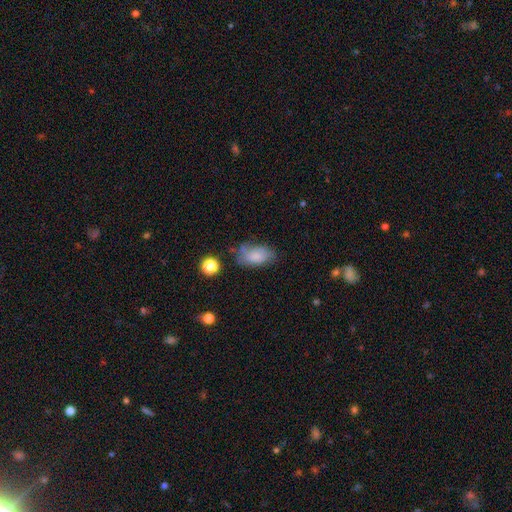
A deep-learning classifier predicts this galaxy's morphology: A smooth galaxy with no disk features (75%) that is in between round and cigar-shaped (90%). Merging: none (52%).